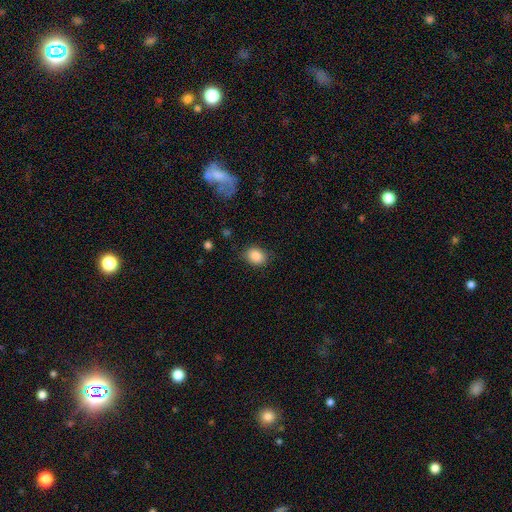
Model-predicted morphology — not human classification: Smooth or featured?
  - smooth: 87% *
  - star or artifact: 8%
  - featured or disk: 5%
How rounded?
  - in between: 60% *
  - round: 39%
  - cigar-shaped: 1%
Merging?
  - none: 82% *
  - minor disturbance: 13%
  - major disturbance: 4%
  - merger: 1%